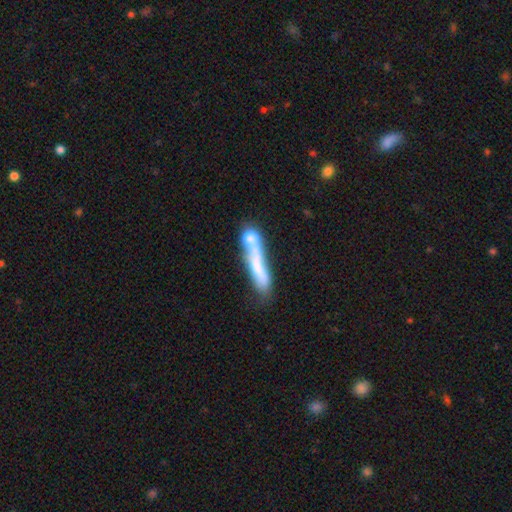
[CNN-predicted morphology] Q: Smooth or featured?
A: smooth (53%); runner-up: featured or disk (38%)
Q: How rounded?
A: cigar-shaped (86%); runner-up: in between (11%)
Q: Merging?
A: none (35%); tied with: merger (35%)